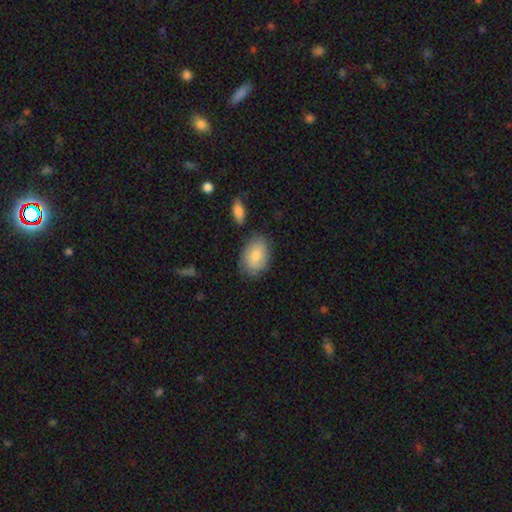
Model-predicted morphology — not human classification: Smooth or featured: smooth — 78% (featured or disk — 16%)
How rounded: in between — 81% (round — 17%)
Merging: none — 73% (minor disturbance — 18%)